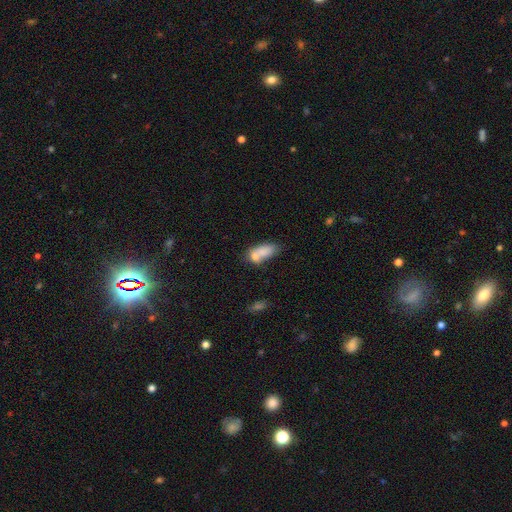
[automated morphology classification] This is likely a smooth galaxy (72%). How rounded: clearly in between (81%). Merging: possibly merger (50%).